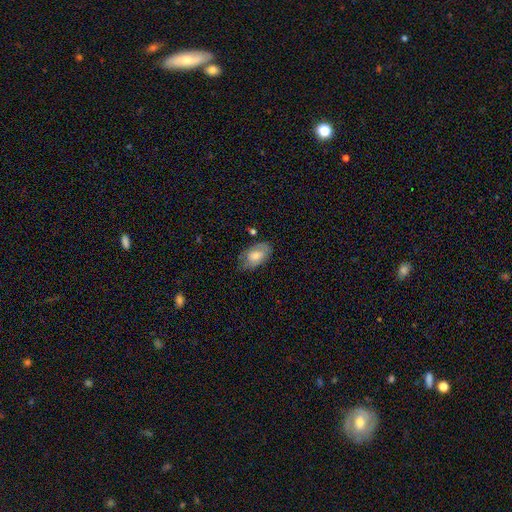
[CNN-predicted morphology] This is likely a smooth galaxy (67%). How rounded: clearly in between (92%). Merging: likely none (65%).